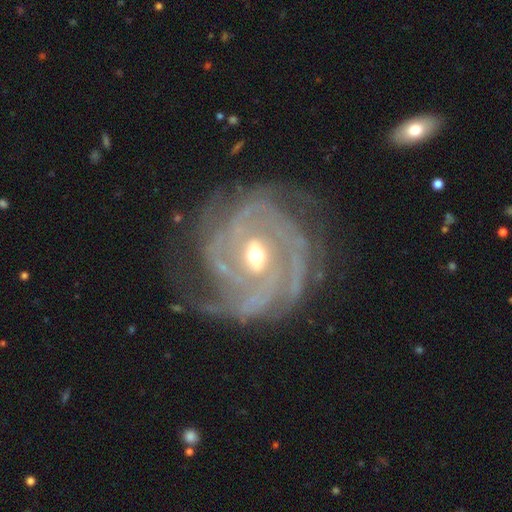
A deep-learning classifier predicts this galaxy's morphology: Smooth or featured?
  - featured or disk: 91% *
  - star or artifact: 5%
  - smooth: 4%
Edge-on disk?
  - no: 97% *
  - yes: 3%
Bar?
  - weak: 45% *
  - no: 31%
  - strong: 25%
Spiral arms?
  - yes: 96% *
  - no: 4%
Spiral winding?
  - tight: 60% *
  - medium: 30%
  - loose: 10%
Spiral arm count?
  - 2: 33% *
  - 3: 20%
  - can't tell: 20%
  - 4: 11%
  - more than 4: 8%
  - 1: 8%
Bulge size?
  - moderate: 56% *
  - small: 39%
  - large: 3%
  - none: 1%
  - dominant: 1%
Merging?
  - none: 60% *
  - minor disturbance: 19%
  - major disturbance: 18%
  - merger: 3%